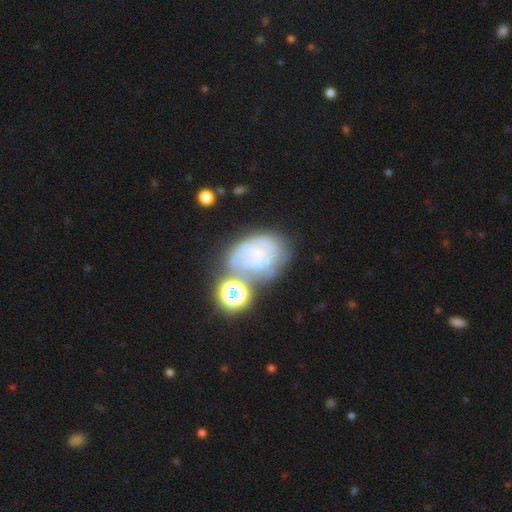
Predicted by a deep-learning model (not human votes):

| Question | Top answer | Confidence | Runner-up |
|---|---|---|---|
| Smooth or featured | featured or disk | 64% | smooth (19%) |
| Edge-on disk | no | 97% | yes (3%) |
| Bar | no | 76% | weak (19%) |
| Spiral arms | yes | 74% | no (26%) |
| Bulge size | small | 68% | none (15%) |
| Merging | none | 43% | merger (22%) |